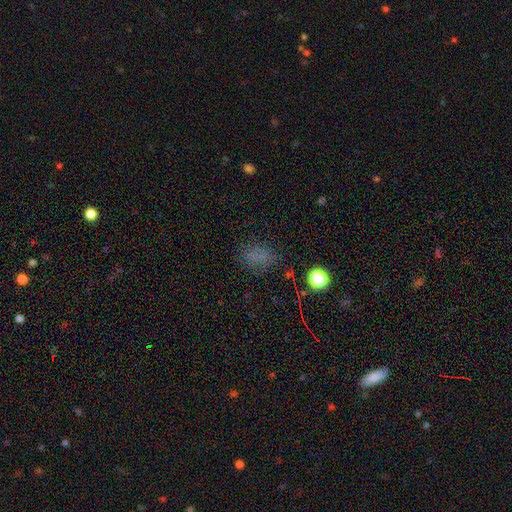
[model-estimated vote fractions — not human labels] Overall: smooth (66%). How rounded: in between (72%). Merging: none (73%).